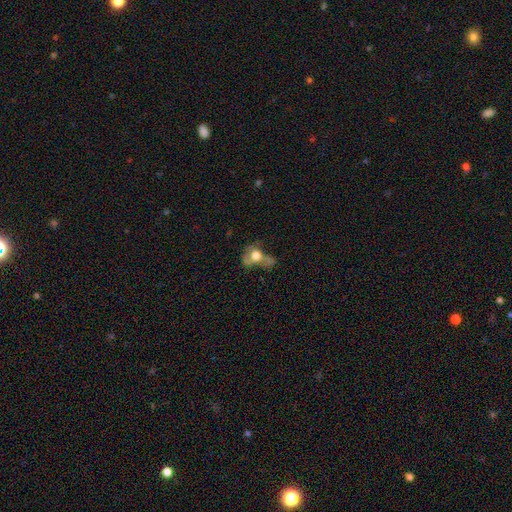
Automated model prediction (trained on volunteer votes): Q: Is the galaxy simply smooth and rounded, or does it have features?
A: smooth — 52%.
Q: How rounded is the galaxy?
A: in between — 57%.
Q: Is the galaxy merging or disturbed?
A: major disturbance — 44%.